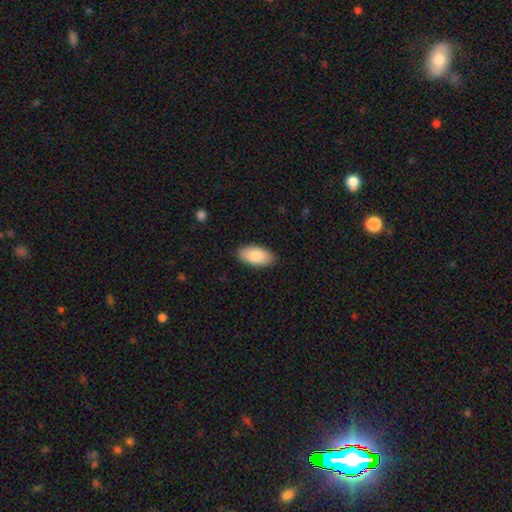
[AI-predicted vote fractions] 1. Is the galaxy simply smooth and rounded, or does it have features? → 86% smooth, 8% featured or disk, 6% star or artifact.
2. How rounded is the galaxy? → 94% in between, 4% cigar-shaped, 2% round.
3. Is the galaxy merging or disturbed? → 87% none, 10% minor disturbance, 2% major disturbance, 1% merger.